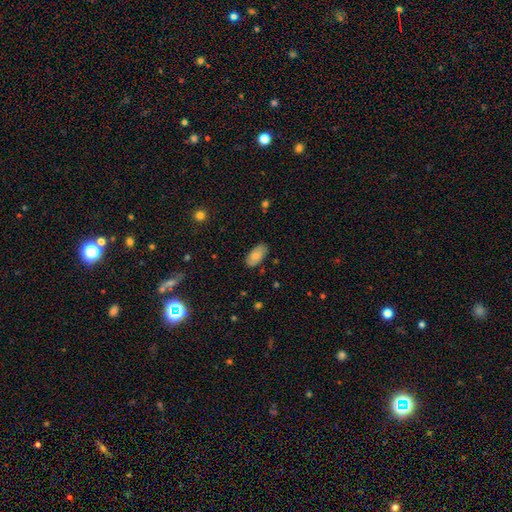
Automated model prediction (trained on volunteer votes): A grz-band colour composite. It shows a smooth galaxy with no disk features (77%) that is in between round and cigar-shaped (95%). Merging: none (84%).